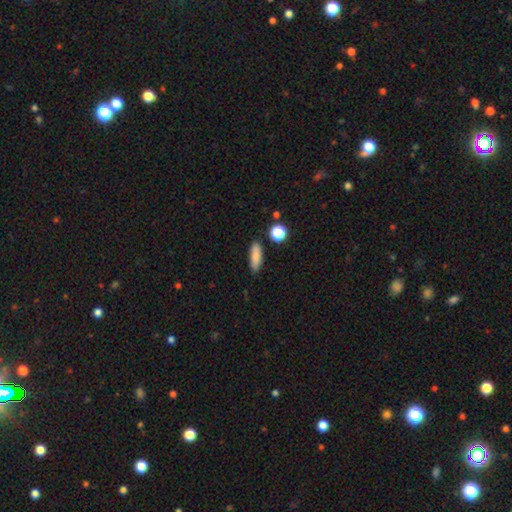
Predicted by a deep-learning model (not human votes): Q: Smooth or featured?
A: smooth (83%); runner-up: featured or disk (8%)
Q: How rounded?
A: in between (55%); runner-up: cigar-shaped (41%)
Q: Merging?
A: none (86%); runner-up: minor disturbance (9%)